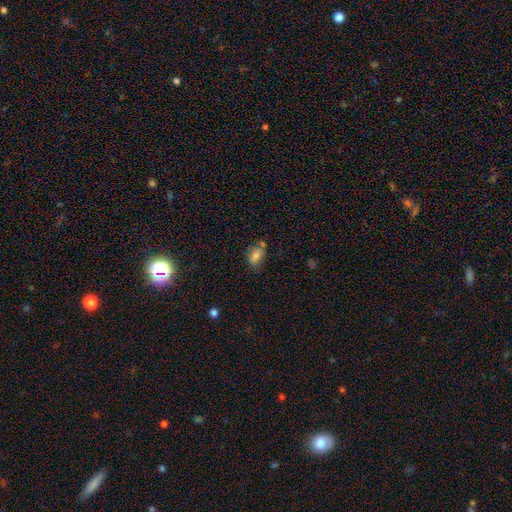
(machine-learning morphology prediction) A smooth galaxy with no disk features (77%) that is in between round and cigar-shaped (86%).

Vote fractions:
- Smooth or featured? smooth: 77% / featured or disk: 12% / star or artifact: 11%
- How rounded? in between: 86% / round: 9% / cigar-shaped: 5%
- Merging? none: 56% / minor disturbance: 24% / merger: 12% / major disturbance: 8%